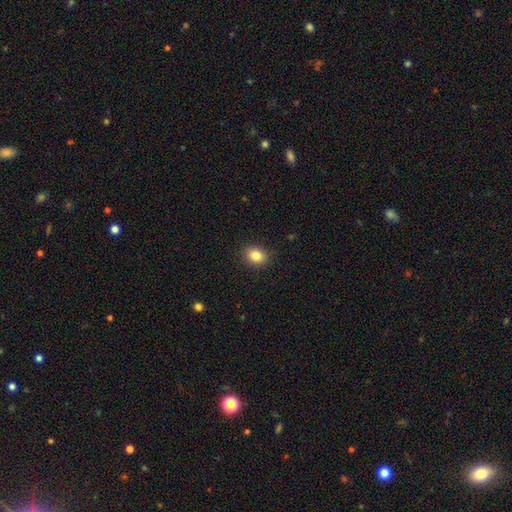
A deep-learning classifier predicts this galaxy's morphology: smooth-or-featured: smooth: 84% | star or artifact: 10% | featured or disk: 6%
  how-rounded: in between: 52% | round: 47% | cigar-shaped: 1%
  merging: none: 89% | minor disturbance: 8% | major disturbance: 2% | merger: 1%